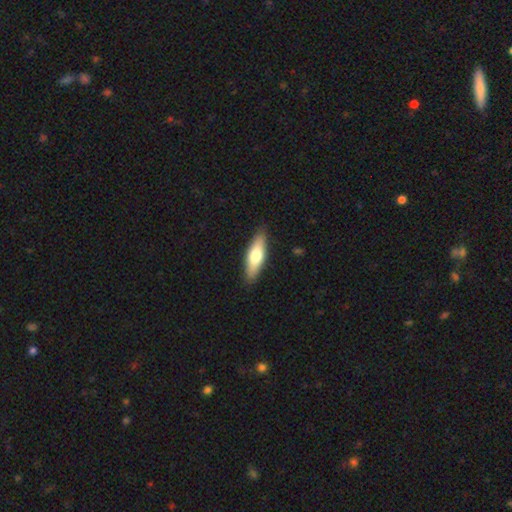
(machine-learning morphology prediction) A smooth galaxy with no disk features (65%) that is in between round and cigar-shaped (51%). Merging: none (88%).